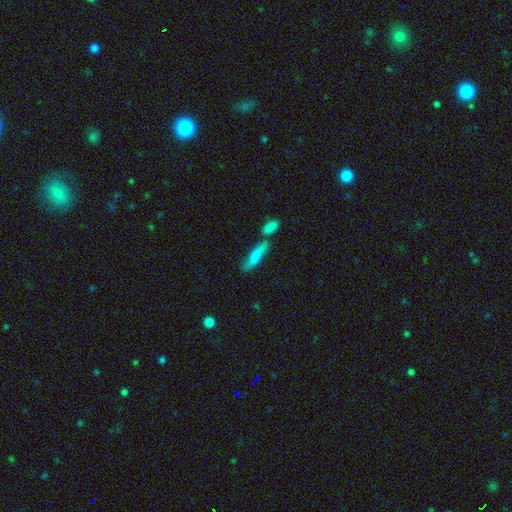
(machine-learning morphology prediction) smooth_or_featured: smooth (p=0.74) [alt: featured or disk p=0.18]
how_rounded: cigar-shaped (p=0.60) [alt: in between p=0.37]
merging: none (p=0.44) [alt: merger p=0.34]